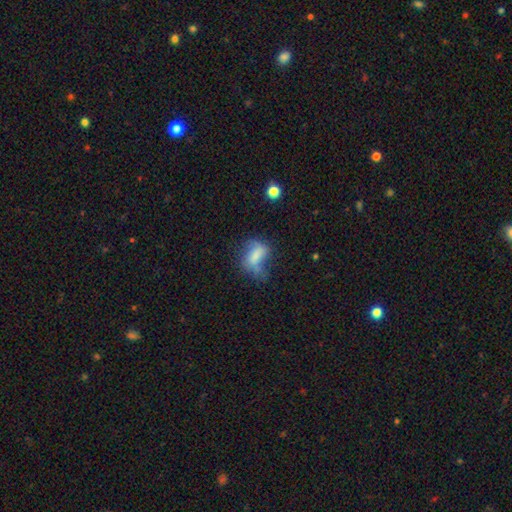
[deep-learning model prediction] Smooth or featured?
  - smooth: 62% *
  - featured or disk: 26%
  - star or artifact: 12%
How rounded?
  - in between: 83% *
  - round: 11%
  - cigar-shaped: 6%
Merging?
  - major disturbance: 33% *
  - none: 30%
  - minor disturbance: 28%
  - merger: 9%